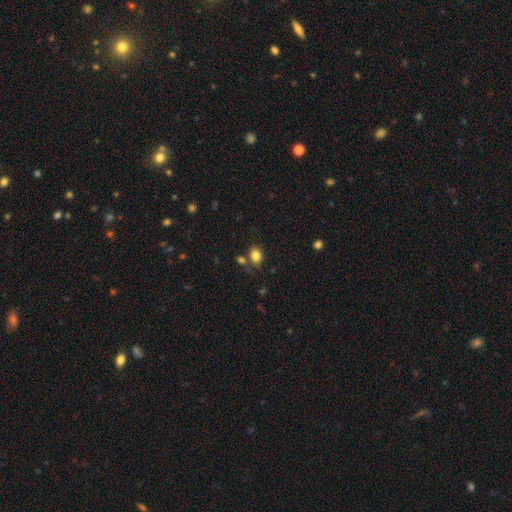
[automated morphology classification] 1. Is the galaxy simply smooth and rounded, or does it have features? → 82% smooth, 11% star or artifact, 7% featured or disk.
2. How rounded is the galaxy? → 65% in between, 33% round, 1% cigar-shaped.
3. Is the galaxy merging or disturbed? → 70% none, 15% minor disturbance, 11% merger, 4% major disturbance.